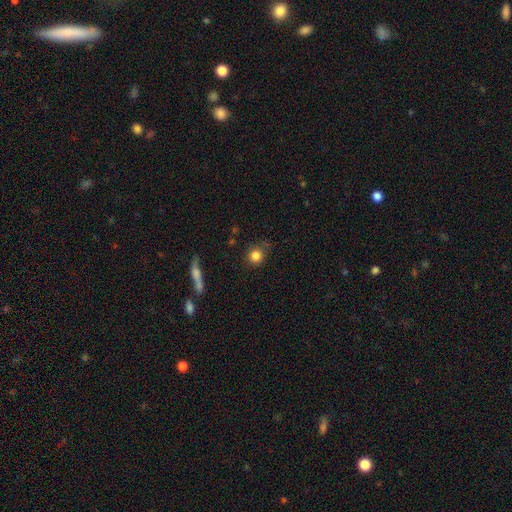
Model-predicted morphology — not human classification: smooth-or-featured: smooth: 84% | star or artifact: 10% | featured or disk: 6%
  how-rounded: round: 91% | in between: 8% | cigar-shaped: 1%
  merging: none: 80% | minor disturbance: 12% | major disturbance: 4% | merger: 3%